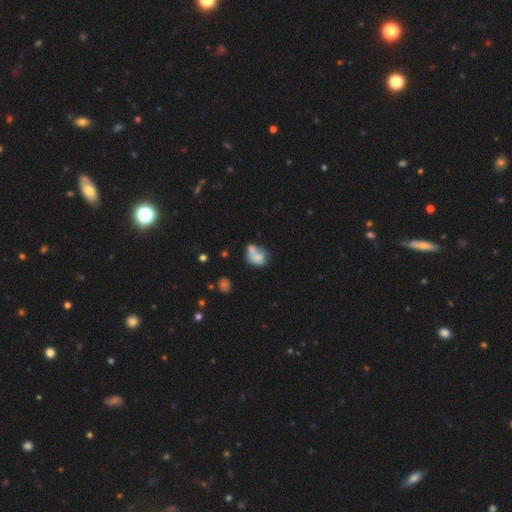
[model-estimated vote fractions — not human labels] This is likely a smooth galaxy (66%). How rounded: likely in between (66%). Merging: marginally merger (44%).